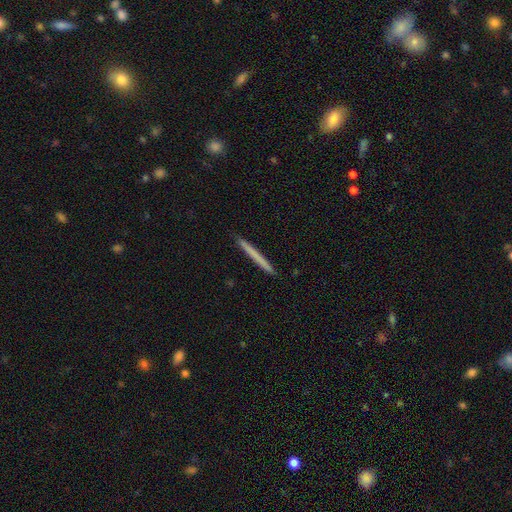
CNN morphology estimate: smooth-or-featured: smooth: 65% | featured or disk: 30% | star or artifact: 5%
  how-rounded: cigar-shaped: 97% | in between: 1% | round: 1%
  merging: none: 93% | minor disturbance: 5% | major disturbance: 1% | merger: 1%